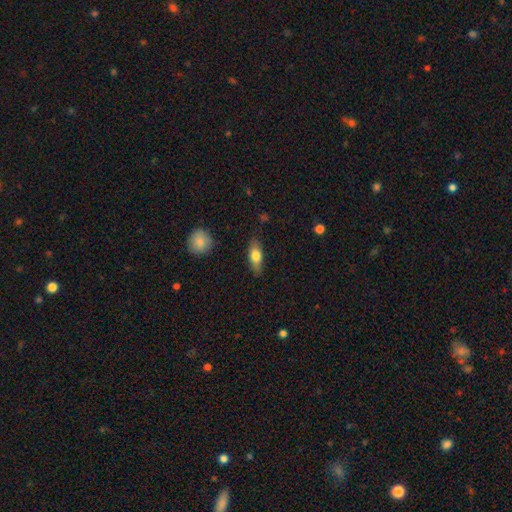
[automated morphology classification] Q: Smooth or featured?
A: smooth (71%); runner-up: featured or disk (22%)
Q: How rounded?
A: in between (73%); runner-up: cigar-shaped (22%)
Q: Merging?
A: none (81%); runner-up: minor disturbance (14%)